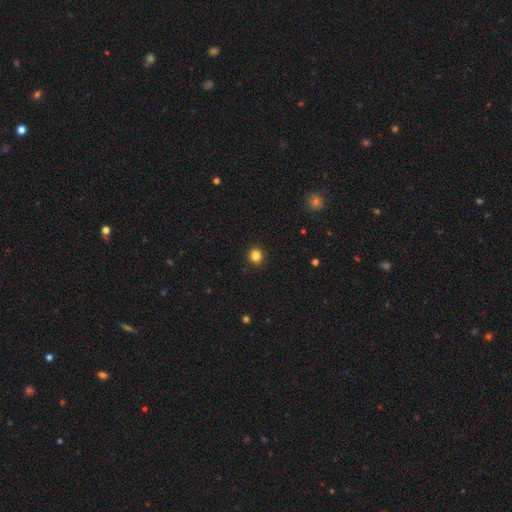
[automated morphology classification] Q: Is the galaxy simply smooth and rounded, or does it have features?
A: smooth — 84%.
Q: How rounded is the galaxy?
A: round — 92%.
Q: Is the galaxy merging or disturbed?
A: none — 92%.